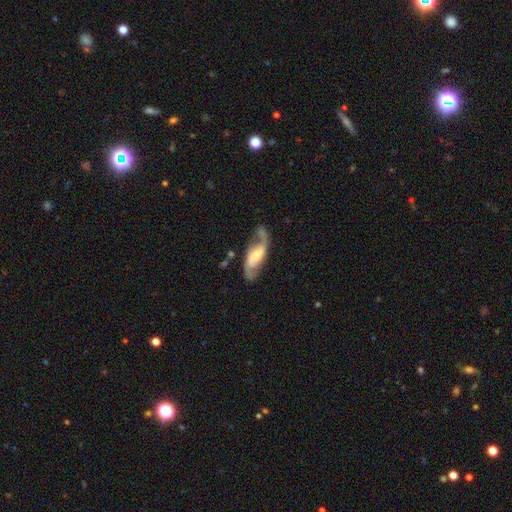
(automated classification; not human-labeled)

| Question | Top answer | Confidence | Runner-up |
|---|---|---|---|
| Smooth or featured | featured or disk | 81% | smooth (14%) |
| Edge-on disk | no | 93% | yes (7%) |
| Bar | weak | 44% | strong (29%) |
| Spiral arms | yes | 94% | no (6%) |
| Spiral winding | loose | 51% | medium (38%) |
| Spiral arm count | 2 | 90% | can't tell (4%) |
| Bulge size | moderate | 50% | small (28%) |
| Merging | none | 69% | minor disturbance (18%) |